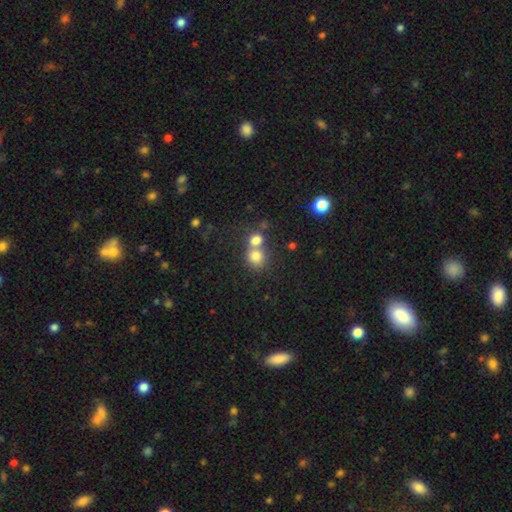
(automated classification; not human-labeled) Smooth or featured? Predicted: smooth (p=0.77). How rounded? Predicted: round (p=0.80). Merging? Predicted: merger (p=0.53).